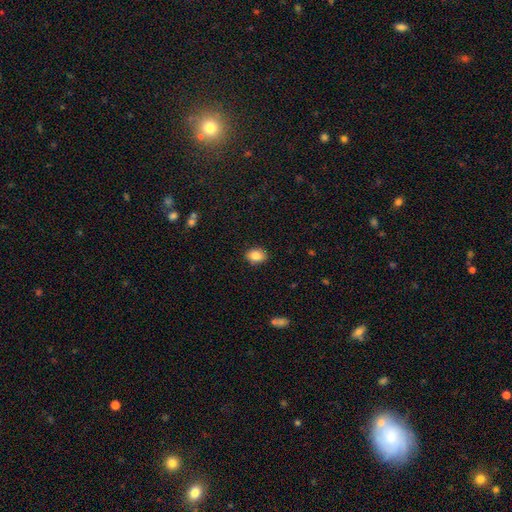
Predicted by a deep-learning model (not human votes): smooth 86%, star or artifact 8%, featured or disk 6%. Down the decision tree: how rounded — in between (68%); merging — none (89%).